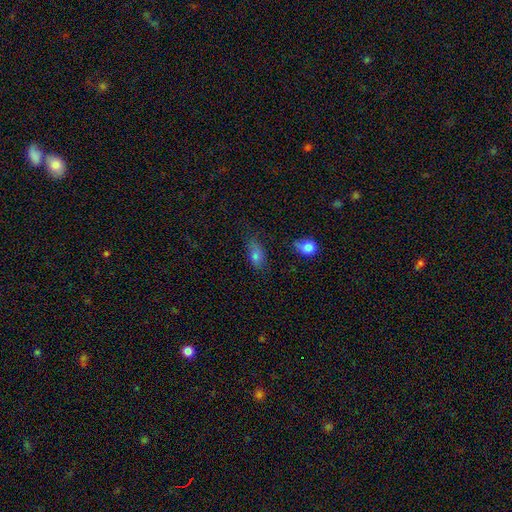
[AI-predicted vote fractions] This appears to be a smooth galaxy with no disk features (77%) that is in between round and cigar-shaped (86%). Merging: none (56%).